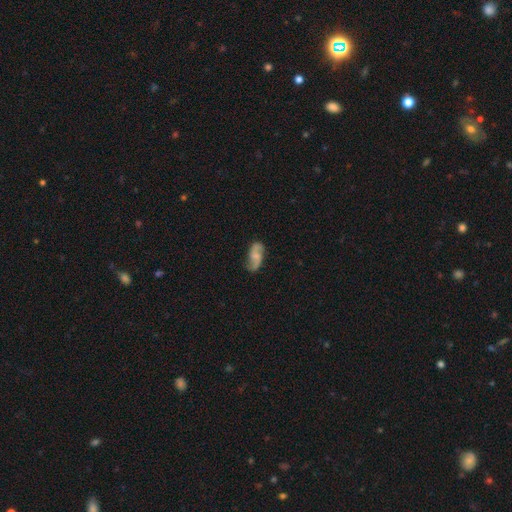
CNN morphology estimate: The model was most divided on "bulge size": small: 43%, none: 31%, moderate: 22%, large: 3%, dominant: 1%. More confident: edge-on disk — no (96%); spiral arms — yes (93%); spiral arm count — 2 (90%); merging — none (73%); smooth or featured — featured or disk (68%); spiral winding — loose (59%); bar — no (52%).